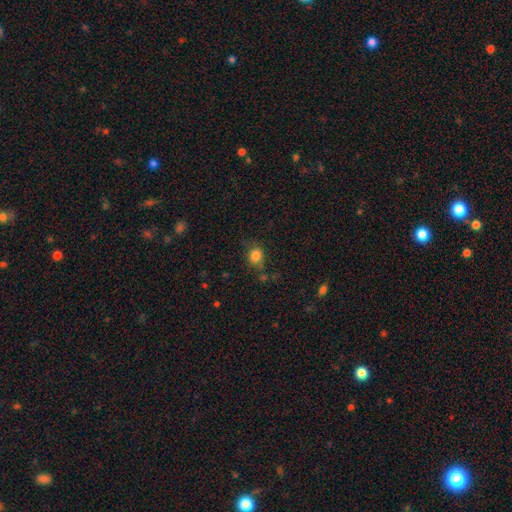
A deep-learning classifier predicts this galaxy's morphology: Overall: smooth (82%). How rounded: round (66%; in between 33%). Merging: none (69%).